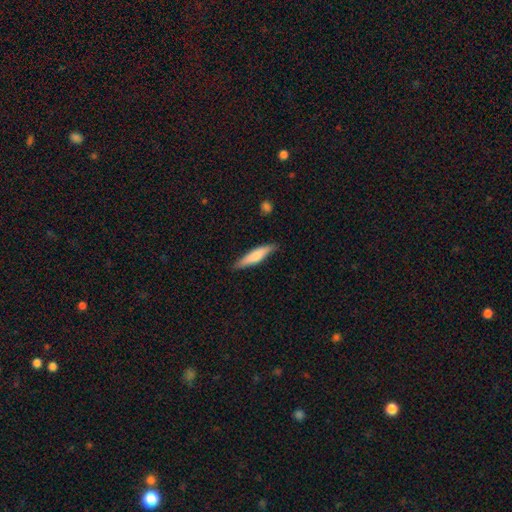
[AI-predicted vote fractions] This is likely a smooth galaxy (68%). How rounded: clearly cigar-shaped (80%). Merging: clearly none (84%).